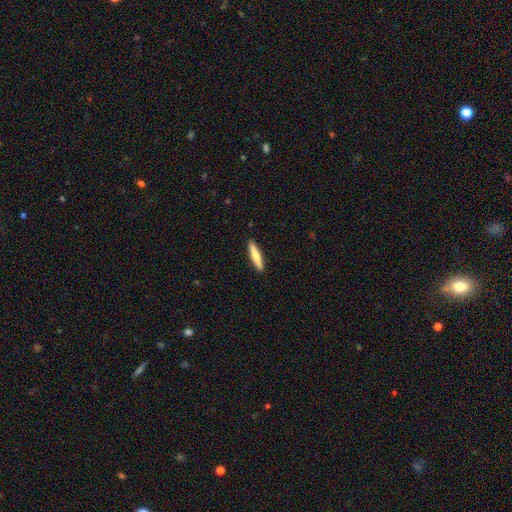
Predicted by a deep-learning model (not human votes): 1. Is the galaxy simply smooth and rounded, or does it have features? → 61% smooth, 33% featured or disk, 5% star or artifact.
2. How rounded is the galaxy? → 88% cigar-shaped, 10% in between, 2% round.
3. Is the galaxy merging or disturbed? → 92% none, 6% minor disturbance, 1% major disturbance, 1% merger.